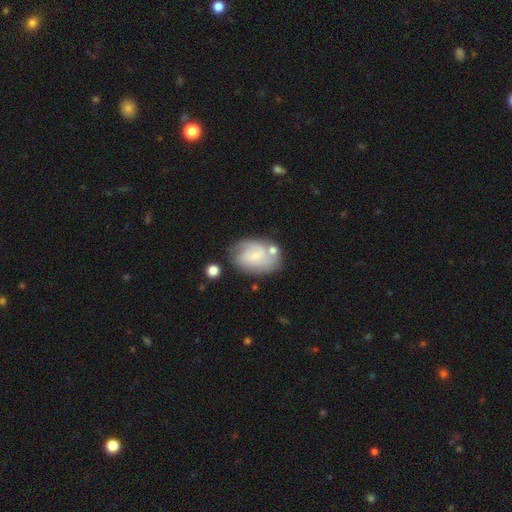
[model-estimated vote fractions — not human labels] Smooth or featured?
  - featured or disk: 69% *
  - smooth: 24%
  - star or artifact: 6%
Edge-on disk?
  - no: 97% *
  - yes: 3%
Bar?
  - no: 60% *
  - weak: 35%
  - strong: 5%
Spiral arms?
  - yes: 90% *
  - no: 10%
Spiral winding?
  - tight: 46% *
  - medium: 40%
  - loose: 14%
Spiral arm count?
  - 2: 40% *
  - can't tell: 28%
  - 3: 19%
  - 4: 5%
  - 1: 5%
  - more than 4: 3%
Bulge size?
  - small: 74% *
  - moderate: 16%
  - none: 7%
  - large: 1%
  - dominant: 1%
Merging?
  - none: 64% *
  - minor disturbance: 19%
  - merger: 9%
  - major disturbance: 7%